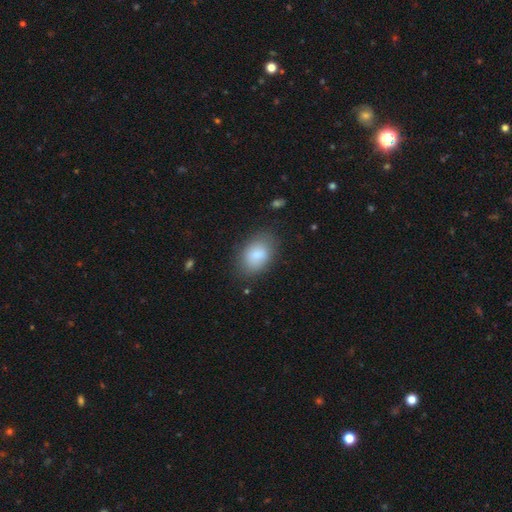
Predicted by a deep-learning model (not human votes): This appears to be a smooth galaxy with no disk features (85%) that is in between round and cigar-shaped (82%). Merging: none (77%).